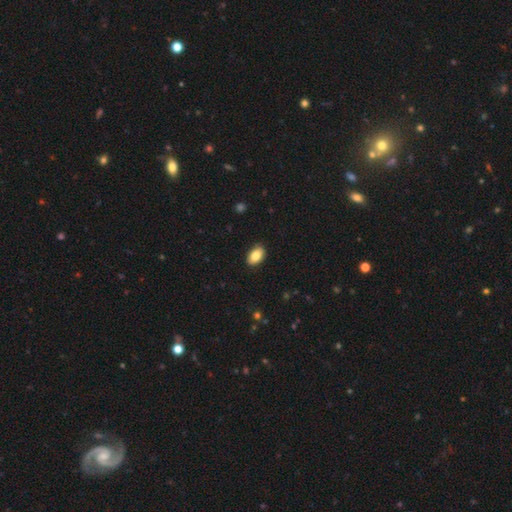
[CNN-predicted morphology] A smooth galaxy with no disk features (86%) that is in between round and cigar-shaped (91%). Merging: none (87%).